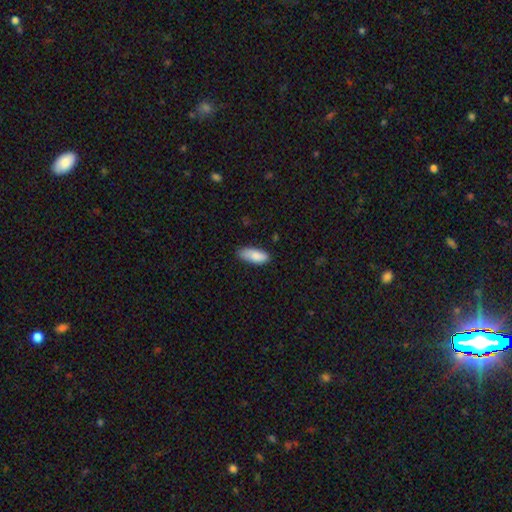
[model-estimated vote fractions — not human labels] Overall: smooth (87%). How rounded: in between (78%). Merging: none (78%).